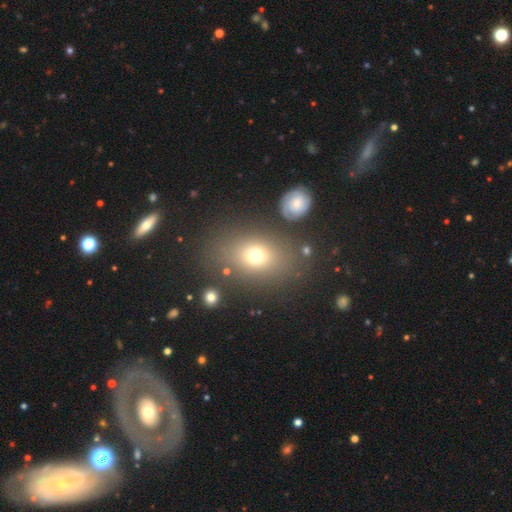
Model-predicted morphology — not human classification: smooth-or-featured: smooth: 70% | featured or disk: 15% | star or artifact: 15%
  how-rounded: in between: 66% | round: 32% | cigar-shaped: 2%
  merging: none: 74% | minor disturbance: 13% | major disturbance: 7% | merger: 6%